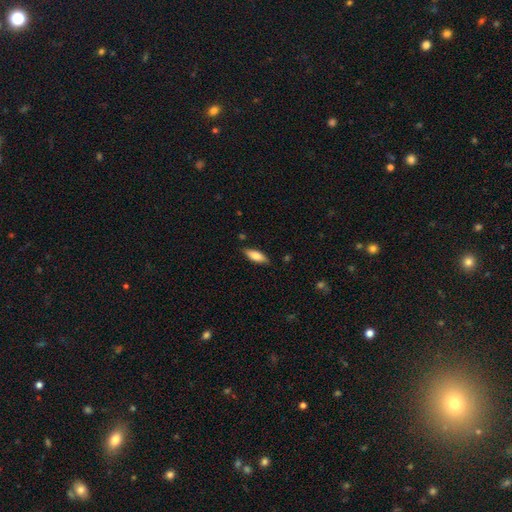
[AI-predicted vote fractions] smooth-or-featured: smooth: 72% | featured or disk: 22% | star or artifact: 6%
  how-rounded: in between: 63% | cigar-shaped: 35% | round: 2%
  merging: none: 83% | minor disturbance: 13% | major disturbance: 2% | merger: 1%